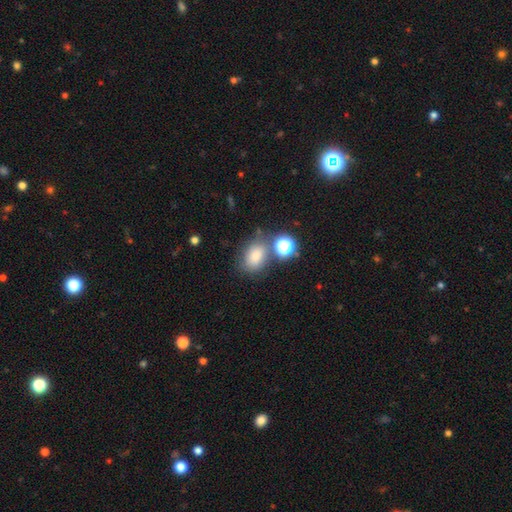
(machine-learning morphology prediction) This appears to be a smooth galaxy with no disk features (79%) that is in between round and cigar-shaped (74%). Merging: none (61%).